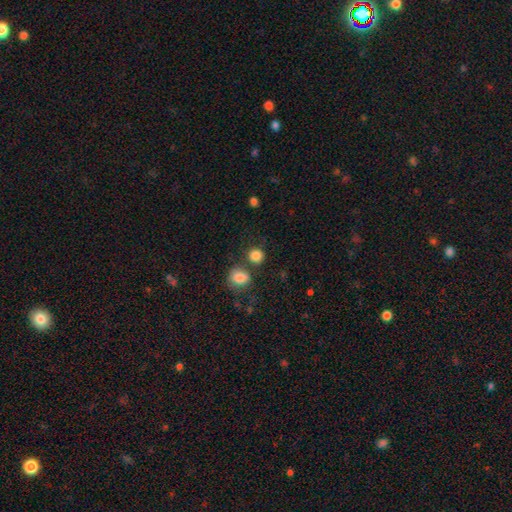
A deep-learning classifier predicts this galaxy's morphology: The model was most divided on "merging": none: 69%, merger: 17%, minor disturbance: 10%, major disturbance: 4%. More confident: how rounded — round (86%); smooth or featured — smooth (85%).